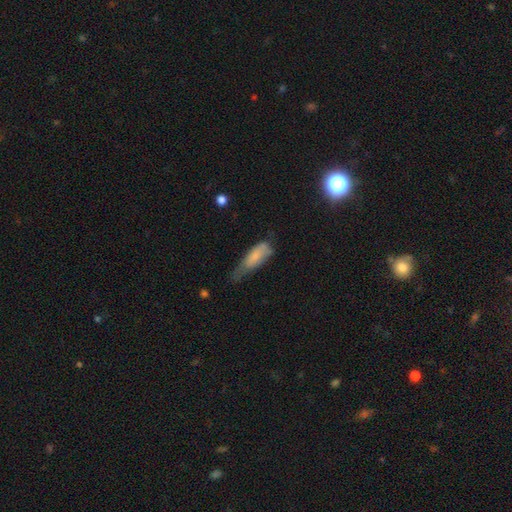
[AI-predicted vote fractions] Morphology: type=smooth (72%); roundness=in between (64%); merging=minor disturbance (43%).